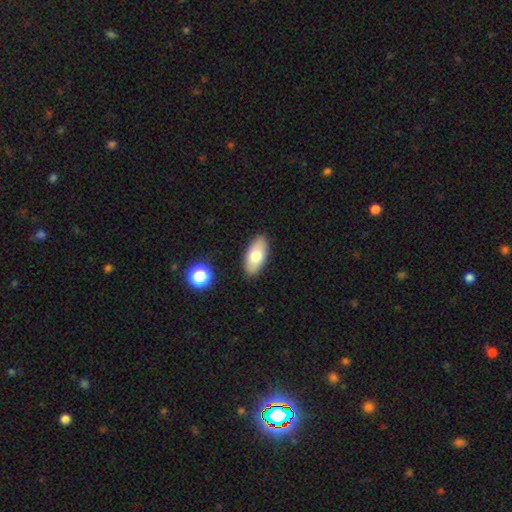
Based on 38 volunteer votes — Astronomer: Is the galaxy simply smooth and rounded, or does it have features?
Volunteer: smooth — 92%.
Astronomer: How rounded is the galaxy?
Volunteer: in between — 91%.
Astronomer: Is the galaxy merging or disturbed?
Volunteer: none — 86%.